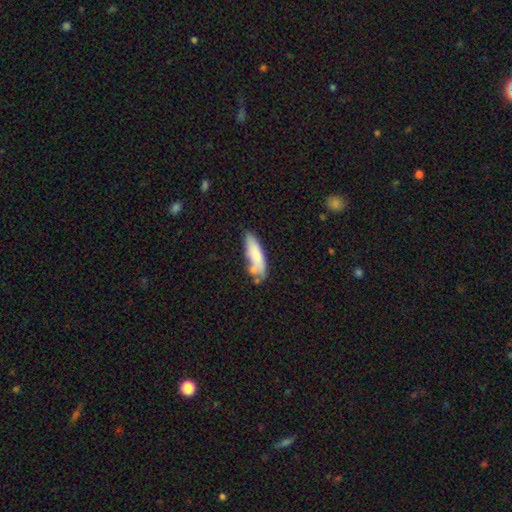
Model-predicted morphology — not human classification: The model was most divided on "how rounded": cigar-shaped: 55%, in between: 44%, round: 2%. More confident: smooth or featured — smooth (76%); merging — none (56%).